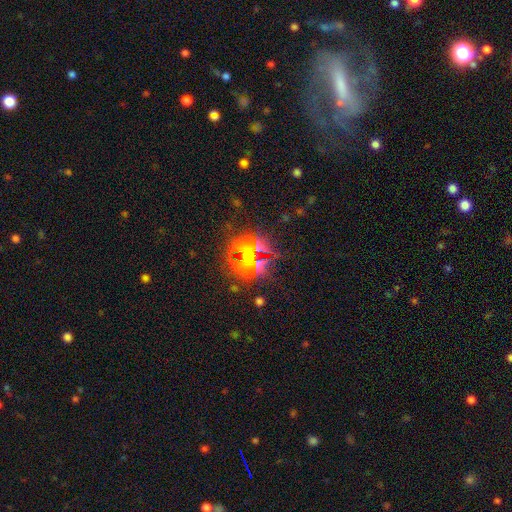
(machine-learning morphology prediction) type=star or artifact (66%).